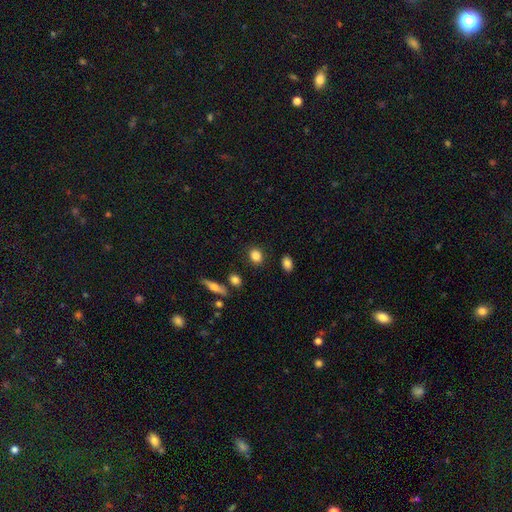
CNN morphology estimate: A smooth galaxy with no disk features (85%) that is round (55%).

Vote fractions:
- Smooth or featured? smooth: 85% / star or artifact: 9% / featured or disk: 5%
- How rounded? round: 55% / in between: 43% / cigar-shaped: 2%
- Merging? none: 86% / minor disturbance: 8% / merger: 3% / major disturbance: 3%